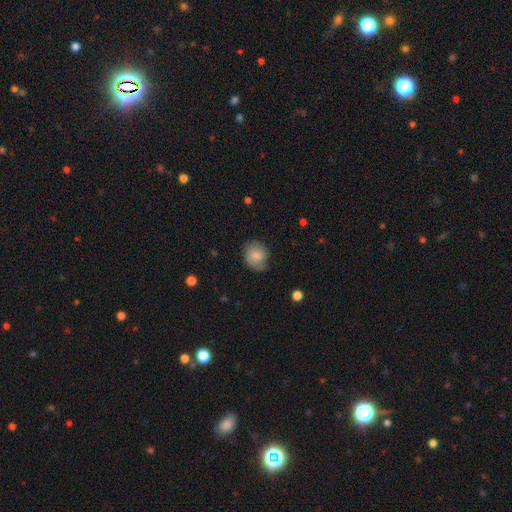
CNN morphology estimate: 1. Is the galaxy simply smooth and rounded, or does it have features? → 72% smooth, 21% featured or disk, 8% star or artifact.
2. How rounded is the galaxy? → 64% round, 35% in between, 1% cigar-shaped.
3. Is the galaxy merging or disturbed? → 69% none, 24% minor disturbance, 6% major disturbance, 1% merger.